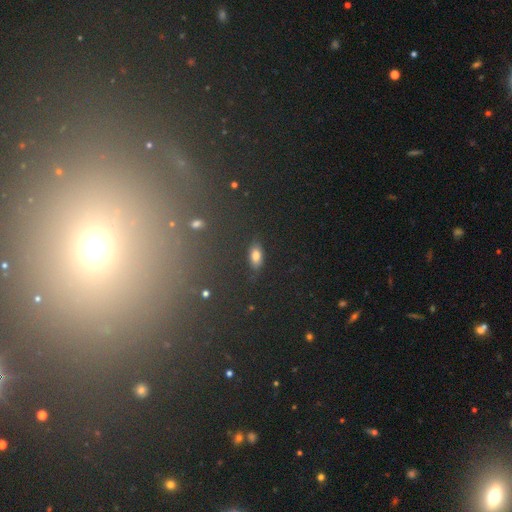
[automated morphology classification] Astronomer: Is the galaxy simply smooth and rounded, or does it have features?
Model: smooth — 80%.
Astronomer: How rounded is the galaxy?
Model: in between — 89%.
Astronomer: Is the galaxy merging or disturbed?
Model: none — 84%.